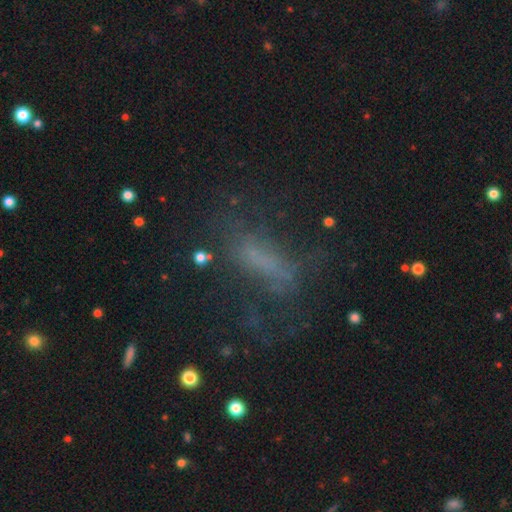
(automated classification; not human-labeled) Smooth or featured? smooth (41%)
Merging? none (47%)